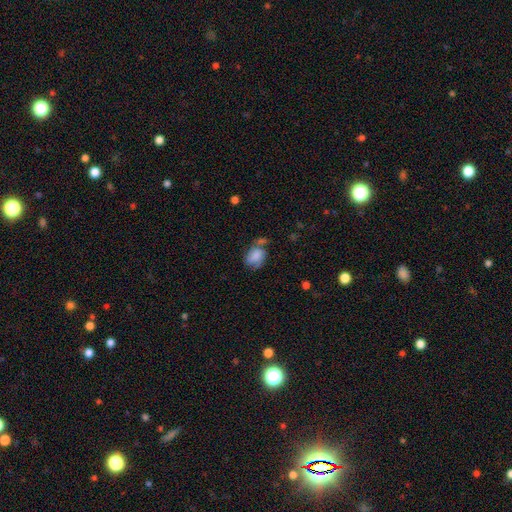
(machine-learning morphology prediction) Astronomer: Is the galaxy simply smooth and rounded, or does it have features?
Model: smooth — 74%.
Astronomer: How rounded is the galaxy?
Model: in between — 61% (runner-up: round, 38%).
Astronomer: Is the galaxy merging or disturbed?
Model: none — 40% (runner-up: minor disturbance, 26%).